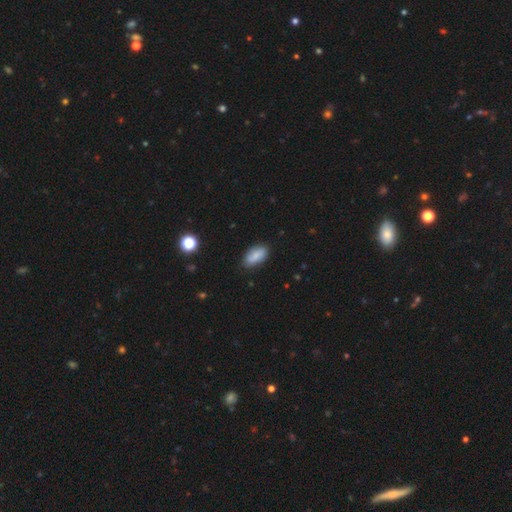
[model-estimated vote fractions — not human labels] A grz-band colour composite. It shows a smooth galaxy with no disk features (79%) that is in between round and cigar-shaped (92%). Merging: none (77%).